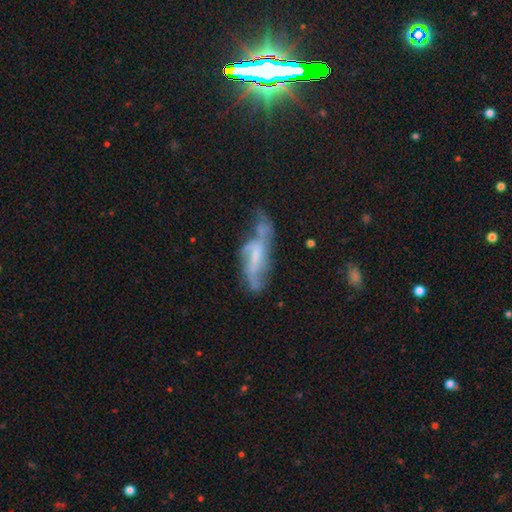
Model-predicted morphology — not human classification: featured or disk 65%, smooth 26%, star or artifact 9%. Down the decision tree: edge-on disk — no (85%); bar — no (47%); spiral arms — yes (69%); bulge size — small (44%); merging — none (29%, tied with major disturbance).